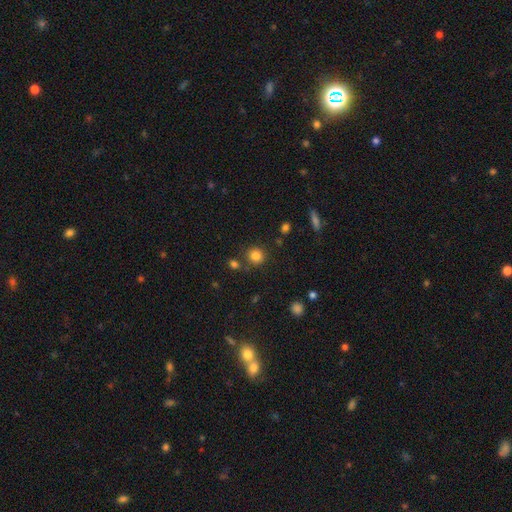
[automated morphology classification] Smooth or featured: smooth — 82% (star or artifact — 13%)
How rounded: round — 90% (in between — 9%)
Merging: none — 78% (minor disturbance — 9%)